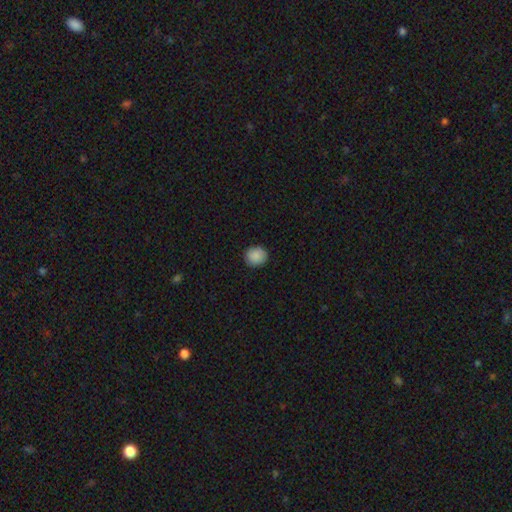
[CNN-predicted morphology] A smooth galaxy with no disk features (89%) that is round (88%).

Vote fractions:
- Smooth or featured? smooth: 89% / star or artifact: 8% / featured or disk: 3%
- How rounded? round: 88% / in between: 11% / cigar-shaped: 1%
- Merging? none: 91% / minor disturbance: 7% / major disturbance: 2% / merger: 1%